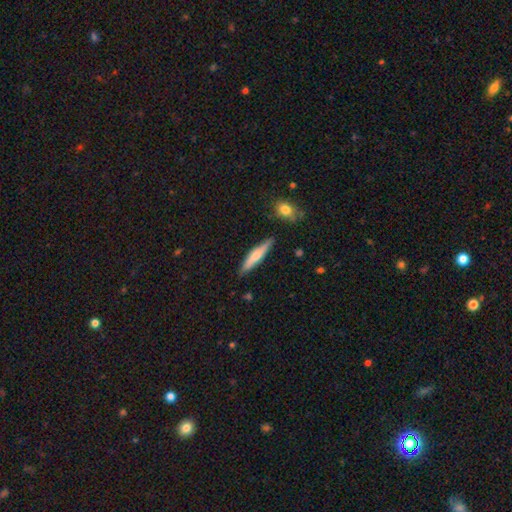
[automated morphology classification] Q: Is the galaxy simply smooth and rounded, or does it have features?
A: smooth — 59%.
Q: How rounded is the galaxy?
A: cigar-shaped — 86%.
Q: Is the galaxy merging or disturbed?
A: none — 83%.